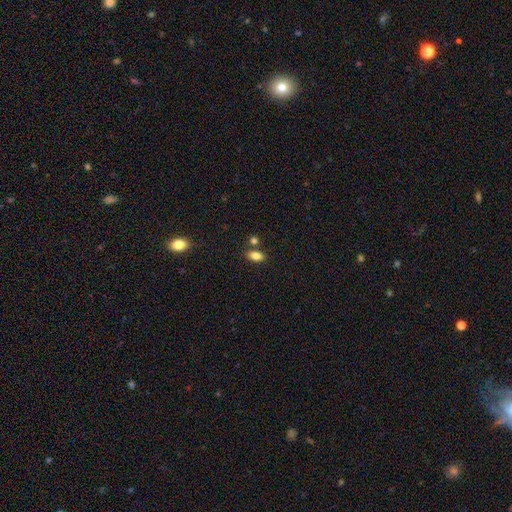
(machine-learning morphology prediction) Smooth or featured? smooth (82%)
How rounded? in between (87%)
Merging? none (74%)